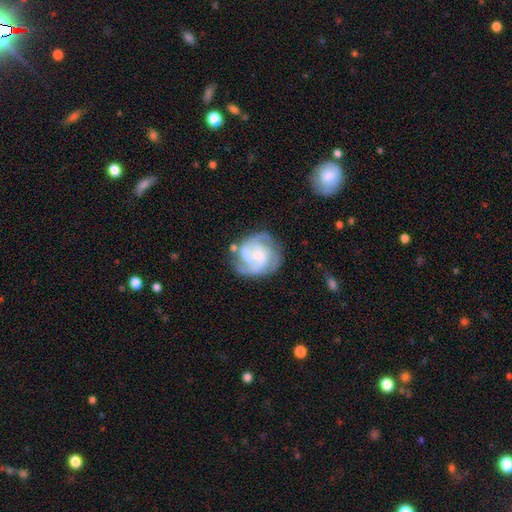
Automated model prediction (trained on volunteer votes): smooth-or-featured: featured or disk: 78% | smooth: 16% | star or artifact: 6%
  disk-edge-on: no: 98% | yes: 2%
    bar: no: 66% | weak: 29% | strong: 5%
    has-spiral-arms: yes: 91% | no: 9%
      spiral-winding: tight: 48% | medium: 40% | loose: 12%
      spiral-arm-count: 3: 39% | can't tell: 21% | 2: 21% | 4: 10% | 1: 4% | more than 4: 4%
    bulge-size: small: 55% | moderate: 32% | none: 8% | large: 4% | dominant: 1%
  merging: none: 64% | minor disturbance: 19% | major disturbance: 11% | merger: 6%